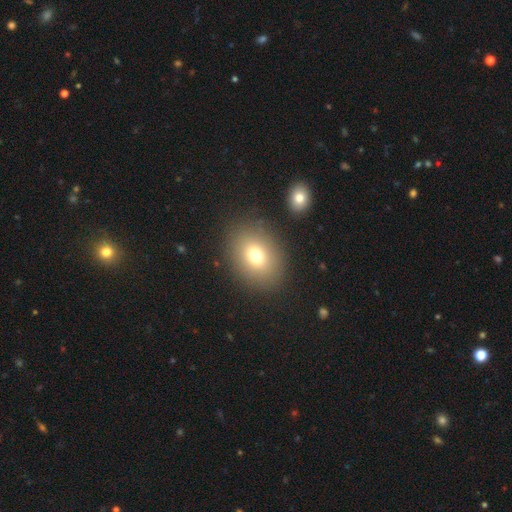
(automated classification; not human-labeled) Smooth or featured? smooth (73%)
How rounded? in between (61%)
Merging? none (84%)